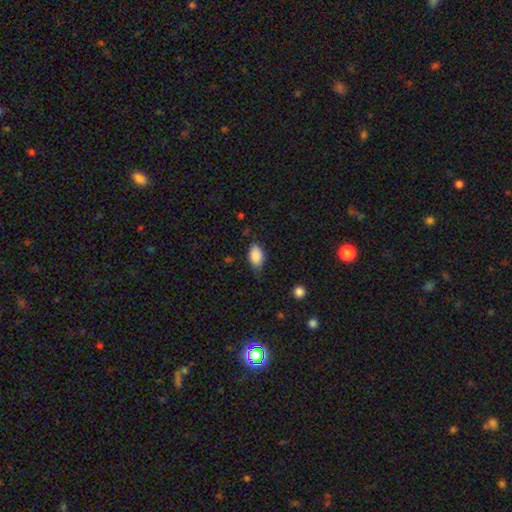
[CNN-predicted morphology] Overall: smooth (87%). How rounded: in between (91%). Merging: none (62%; minor disturbance 30%).